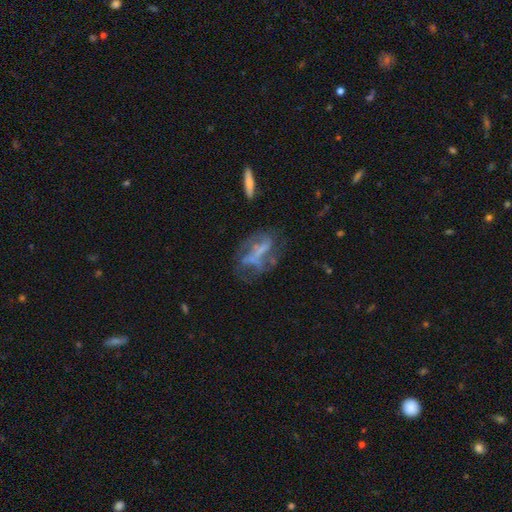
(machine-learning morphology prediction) Smooth or featured? Predicted: featured or disk (p=0.60). Edge-on disk? Predicted: no (p=0.90). Bar? Predicted: no (p=0.53). Spiral arms? Predicted: no (p=0.67). Bulge size? Predicted: none (p=0.63). Merging? Predicted: none (p=0.46).